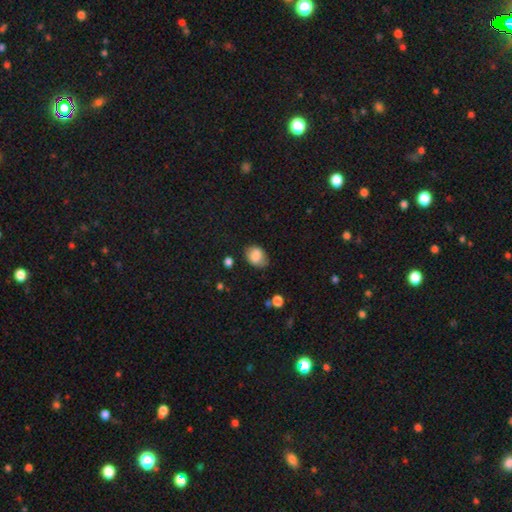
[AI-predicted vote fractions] This is clearly a smooth galaxy (84%). How rounded: possibly in between (57%). Merging: likely none (65%).